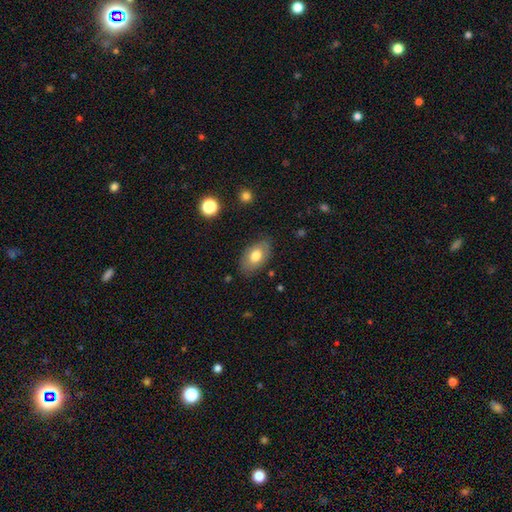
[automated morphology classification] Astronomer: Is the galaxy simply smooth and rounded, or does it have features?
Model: smooth — 71%.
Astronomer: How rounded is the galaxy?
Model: in between — 92%.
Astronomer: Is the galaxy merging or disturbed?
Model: none — 81%.